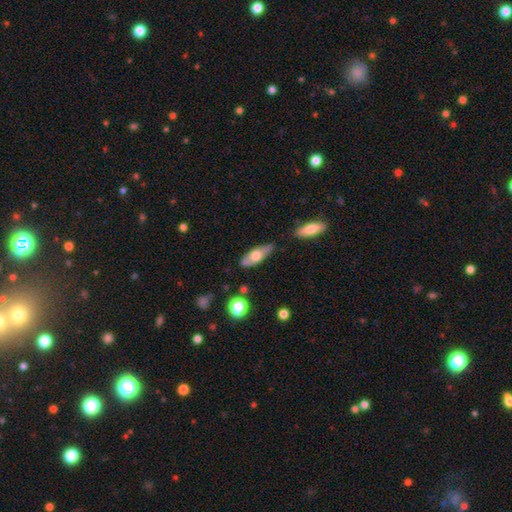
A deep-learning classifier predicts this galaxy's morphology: Q: Smooth or featured?
A: smooth (57%); runner-up: featured or disk (37%)
Q: How rounded?
A: in between (72%); runner-up: cigar-shaped (25%)
Q: Merging?
A: none (70%); runner-up: minor disturbance (21%)